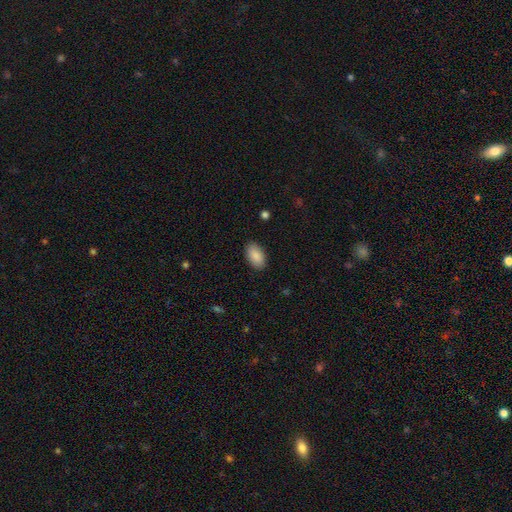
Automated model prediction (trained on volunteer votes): The model was most divided on "merging": none: 89%, minor disturbance: 8%, major disturbance: 2%, merger: 1%. More confident: how rounded — in between (94%); smooth or featured — smooth (89%).